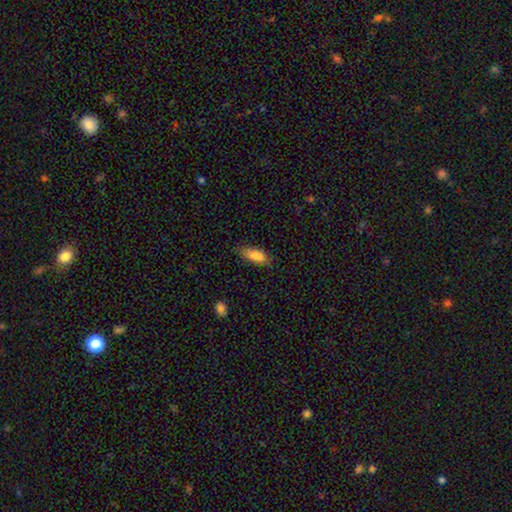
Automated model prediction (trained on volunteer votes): This is clearly a smooth galaxy (82%). How rounded: likely in between (75%). Merging: likely none (71%).